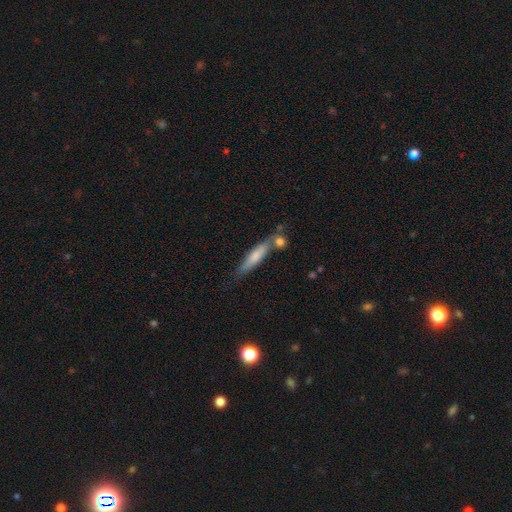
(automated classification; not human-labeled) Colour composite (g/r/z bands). It shows a smooth galaxy with no disk features (65%) that is cigar-shaped (84%). Merging: none (59%).